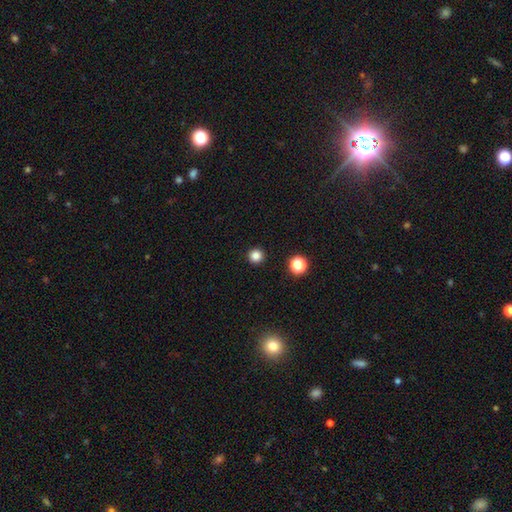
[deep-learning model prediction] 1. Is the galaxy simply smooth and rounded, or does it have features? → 83% smooth, 13% star or artifact, 3% featured or disk.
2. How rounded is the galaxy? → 96% round, 3% in between, 1% cigar-shaped.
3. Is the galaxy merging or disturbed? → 93% none, 4% minor disturbance, 2% major disturbance, 1% merger.